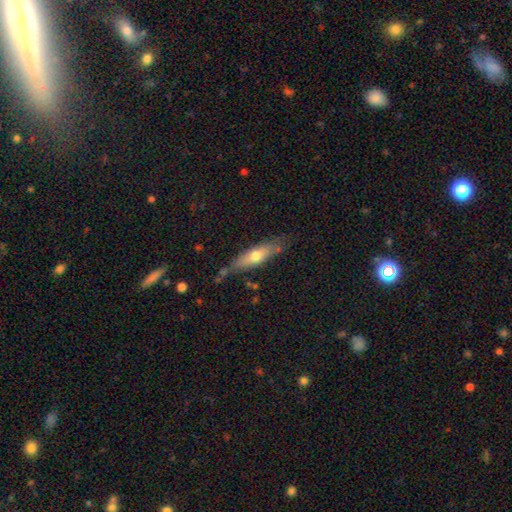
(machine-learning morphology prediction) This appears to be a smooth galaxy with no disk features (55%) that is cigar-shaped (63%). Merging: none (68%).